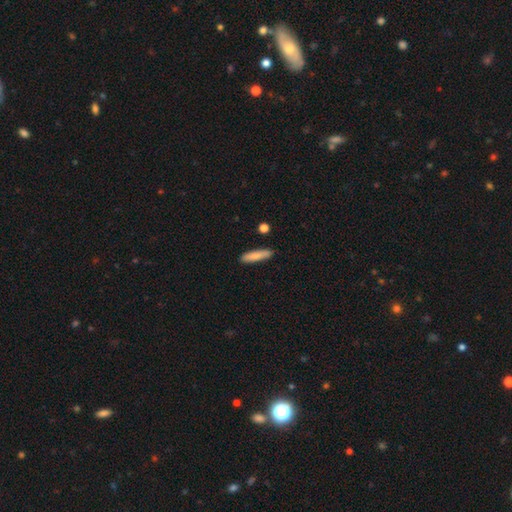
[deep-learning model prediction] A smooth galaxy with no disk features (83%) that is cigar-shaped (83%). Merging: none (86%).